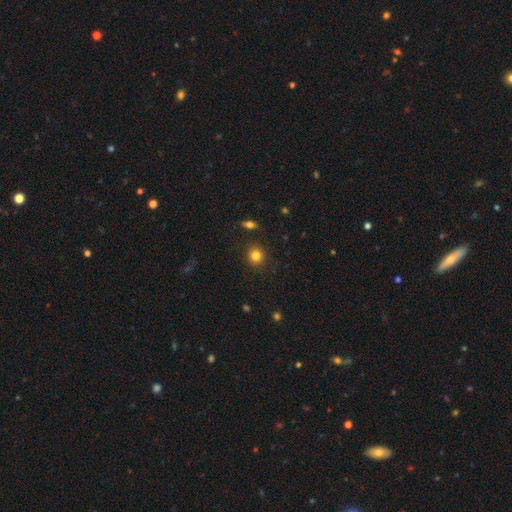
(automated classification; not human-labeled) A smooth galaxy with no disk features (82%) that is round (89%).

Vote fractions:
- Smooth or featured? smooth: 82% / star or artifact: 12% / featured or disk: 6%
- How rounded? round: 89% / in between: 10% / cigar-shaped: 1%
- Merging? none: 89% / minor disturbance: 7% / major disturbance: 2% / merger: 2%